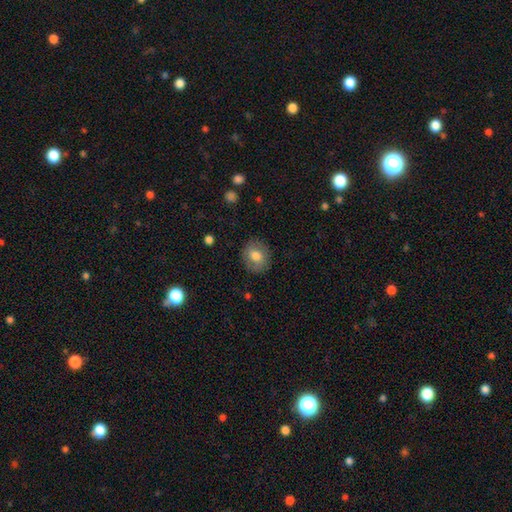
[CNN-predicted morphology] Smooth or featured: smooth — 74% (featured or disk — 18%)
How rounded: round — 68% (in between — 31%)
Merging: none — 85% (minor disturbance — 11%)